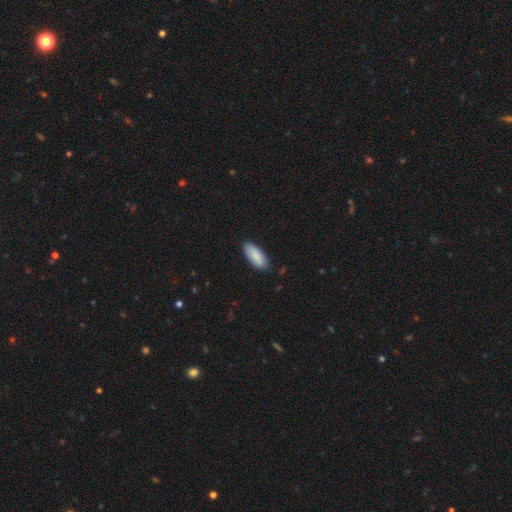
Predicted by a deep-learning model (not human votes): Smooth or featured? smooth (86%)
How rounded? in between (80%)
Merging? none (82%)